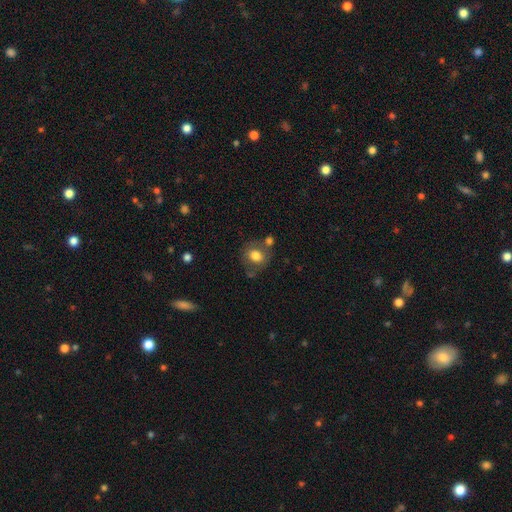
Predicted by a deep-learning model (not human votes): smooth-or-featured: smooth: 75% | featured or disk: 15% | star or artifact: 9%
  how-rounded: round: 65% | in between: 34% | cigar-shaped: 1%
  merging: none: 63% | minor disturbance: 16% | merger: 14% | major disturbance: 6%